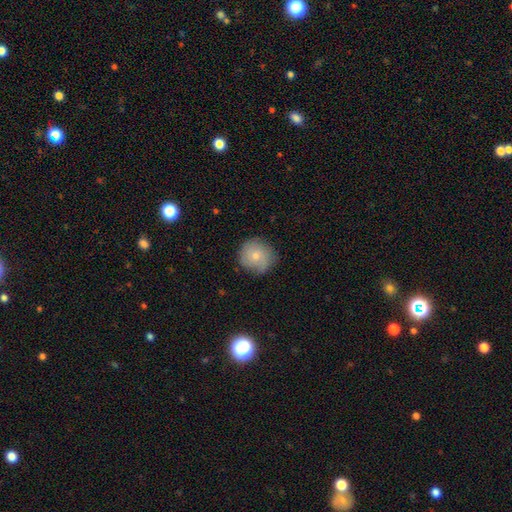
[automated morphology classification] smooth-or-featured: smooth: 68% | featured or disk: 24% | star or artifact: 8%
  how-rounded: round: 91% | in between: 8% | cigar-shaped: 1%
  merging: none: 77% | minor disturbance: 18% | major disturbance: 4% | merger: 1%